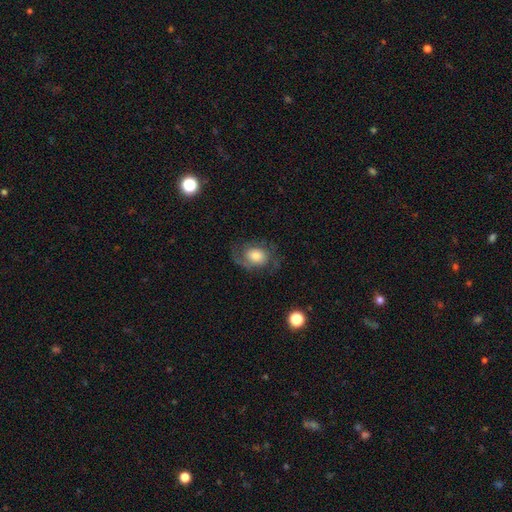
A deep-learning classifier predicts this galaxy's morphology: This is possibly a featured or disk galaxy (59%). It is clearly not viewed edge-on (97%). Bar: likely no (73%). Spiral arm pattern: clearly yes (87%). Central bulge: marginally moderate (38%). Merging: likely none (63%).